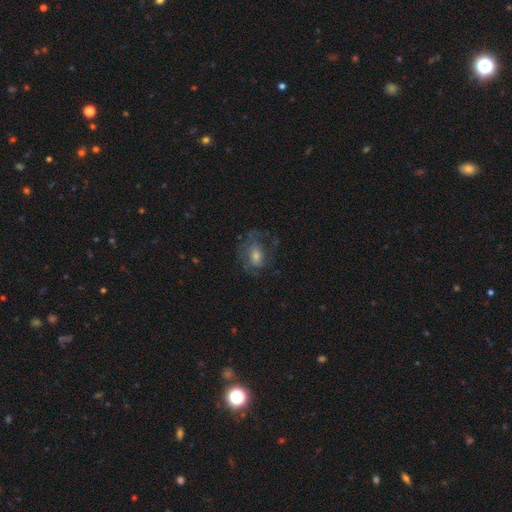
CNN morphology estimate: Smooth or featured? featured or disk (53%)
Edge-on disk? no (95%)
Bar? no (63%)
Spiral arms? yes (67%)
Bulge size? moderate (49%)
Merging? none (55%)